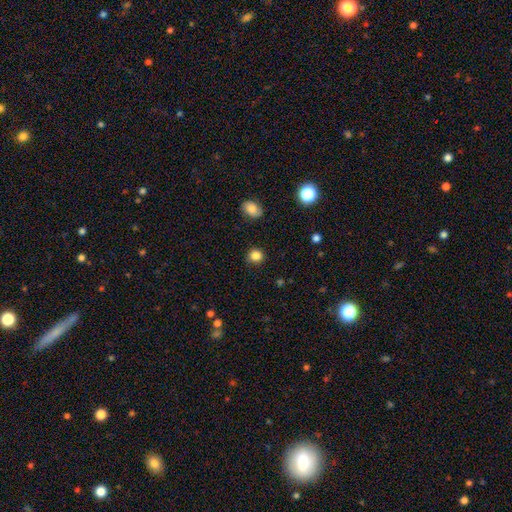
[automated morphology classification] Overall: smooth (84%). How rounded: round (87%). Merging: none (86%).